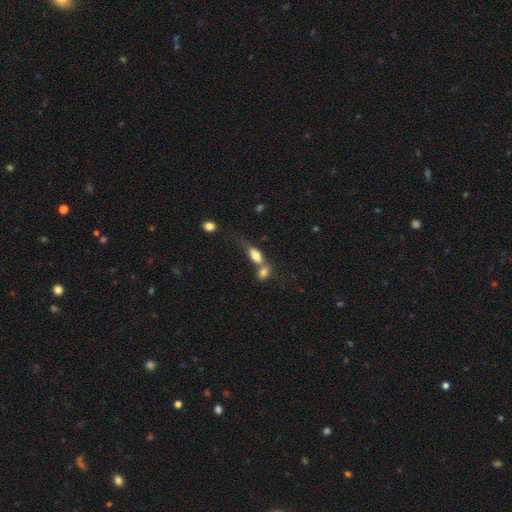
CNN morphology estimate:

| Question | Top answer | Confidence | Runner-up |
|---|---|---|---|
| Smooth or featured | smooth | 76% | featured or disk (15%) |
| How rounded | in between | 79% | cigar-shaped (14%) |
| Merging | merger | 58% | none (24%) |